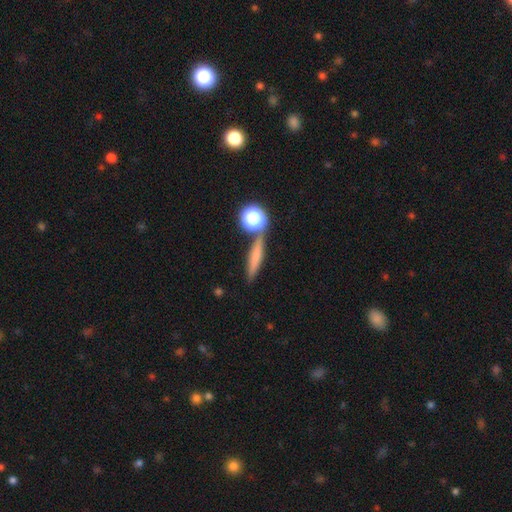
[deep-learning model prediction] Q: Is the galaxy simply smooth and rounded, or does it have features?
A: smooth — 60%.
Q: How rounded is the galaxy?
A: cigar-shaped — 71%.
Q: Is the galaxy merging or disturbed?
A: none — 74%.